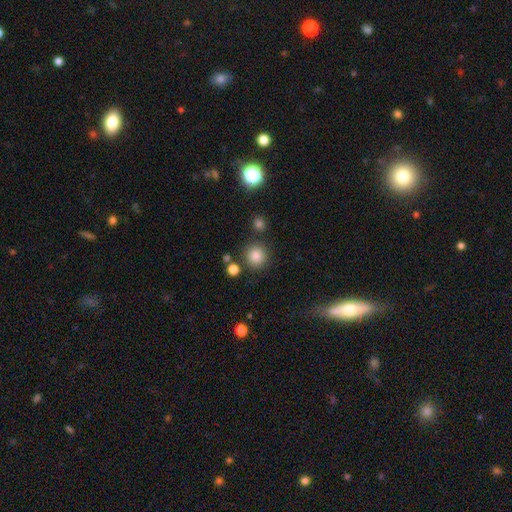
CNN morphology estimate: This appears to be a smooth galaxy with no disk features (84%) that is round (92%). Merging: none (83%).